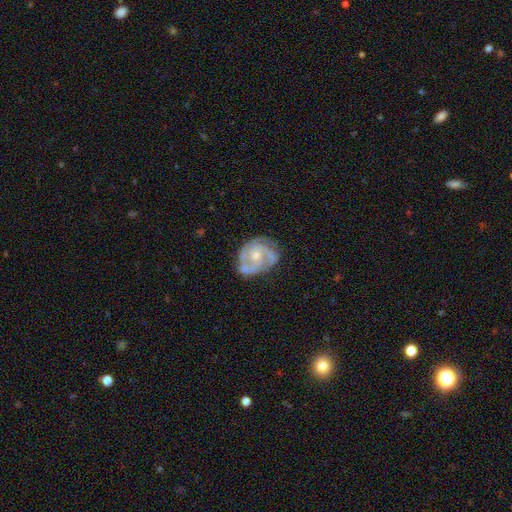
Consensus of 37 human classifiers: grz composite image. It shows a featured or disk galaxy (78%) with no bar (66%), 3 (52%) tight (55%) spiral arms (100%) and a small central bulge (55%). Merging: none (75%).